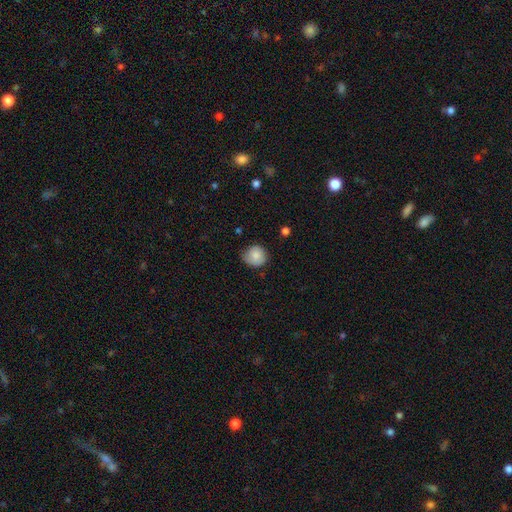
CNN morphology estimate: type=smooth (83%); roundness=round (88%); merging=none (69%).